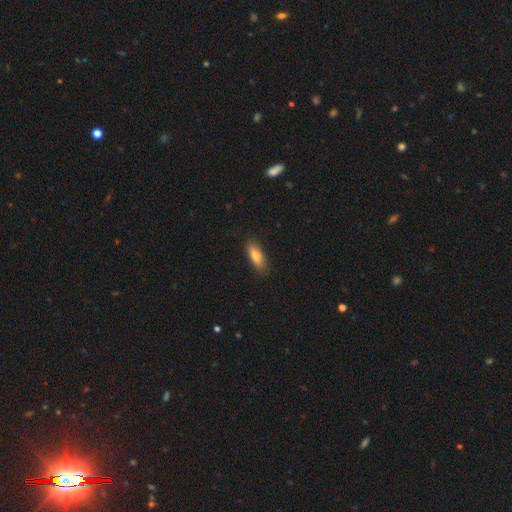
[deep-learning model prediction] Smooth or featured? Predicted: smooth (p=0.79). How rounded? Predicted: in between (p=0.67). Merging? Predicted: none (p=0.86).